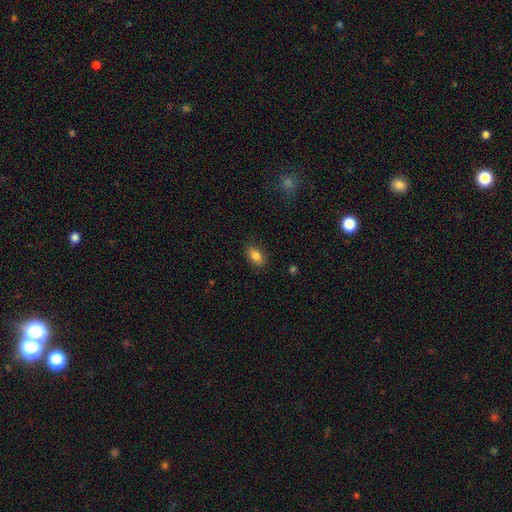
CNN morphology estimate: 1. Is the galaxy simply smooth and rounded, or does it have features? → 84% smooth, 9% star or artifact, 7% featured or disk.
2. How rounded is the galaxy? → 88% in between, 9% round, 3% cigar-shaped.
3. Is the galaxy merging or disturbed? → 86% none, 11% minor disturbance, 2% major disturbance, 1% merger.